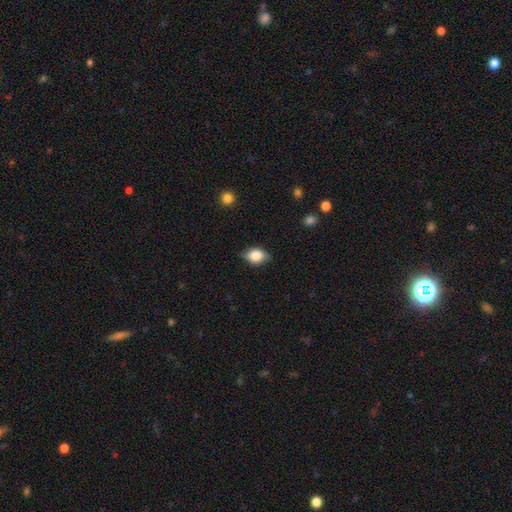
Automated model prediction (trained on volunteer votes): This appears to be a smooth galaxy with no disk features (73%) that is in between round and cigar-shaped (72%). Merging: none (75%).